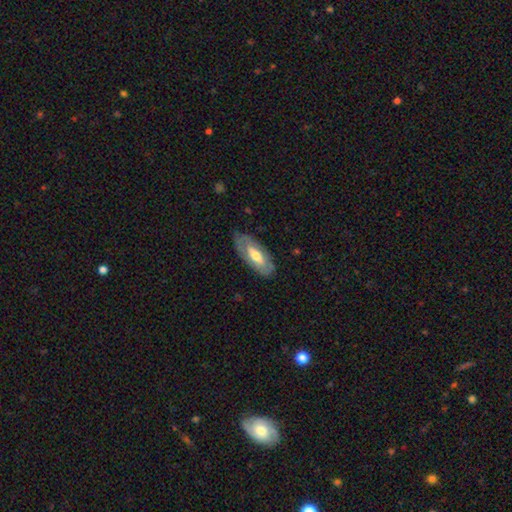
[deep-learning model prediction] Smooth or featured? Predicted: featured or disk (p=0.48). Merging? Predicted: none (p=0.76).